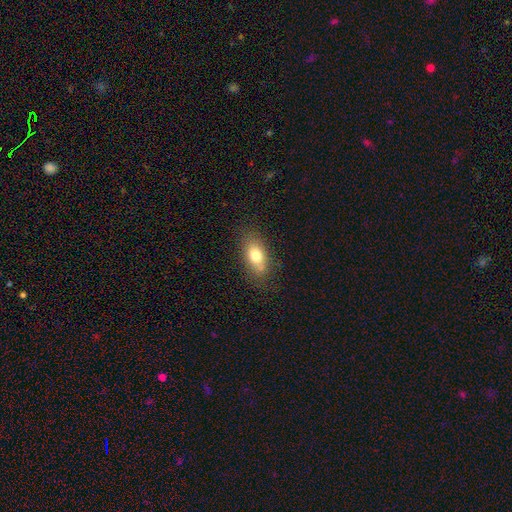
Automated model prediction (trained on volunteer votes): smooth_or_featured: smooth (p=0.75) [alt: featured or disk p=0.16]
how_rounded: in between (p=0.85) [alt: cigar-shaped p=0.08]
merging: none (p=0.75) [alt: minor disturbance p=0.17]